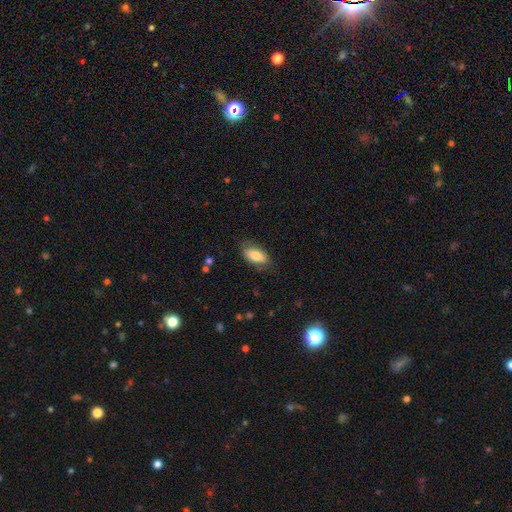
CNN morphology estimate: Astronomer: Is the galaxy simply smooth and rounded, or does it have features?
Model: smooth — 78%.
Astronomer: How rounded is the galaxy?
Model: in between — 87%.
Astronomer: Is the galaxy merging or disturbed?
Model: none — 75%.